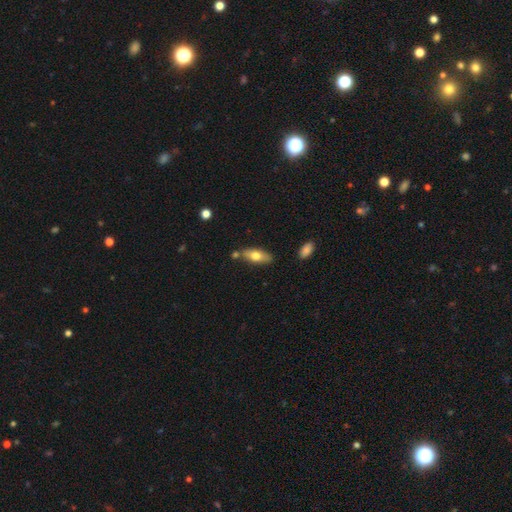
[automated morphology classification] This is likely a smooth galaxy (67%). How rounded: likely in between (72%). Merging: likely none (73%).